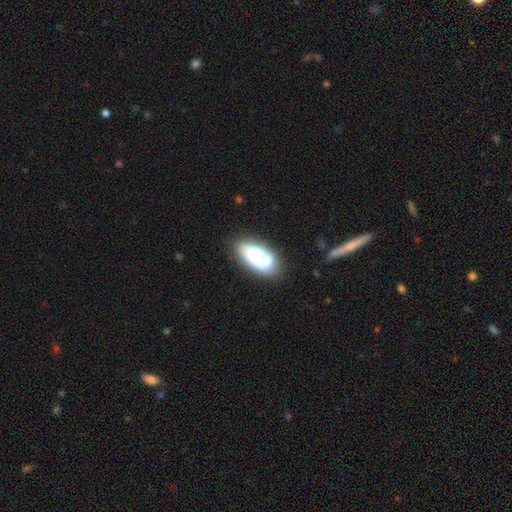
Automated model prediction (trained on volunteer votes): Overall: smooth (62%; featured or disk 31%). How rounded: in between (90%). Merging: none (49%; merger 23%).